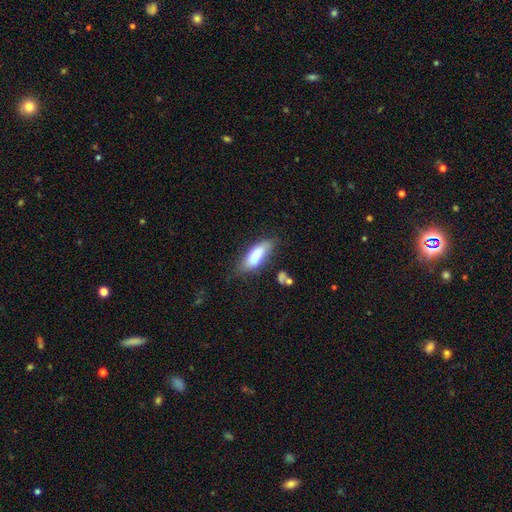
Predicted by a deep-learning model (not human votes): Smooth or featured: smooth — 73% (featured or disk — 20%)
How rounded: in between — 67% (cigar-shaped — 31%)
Merging: none — 63% (minor disturbance — 25%)